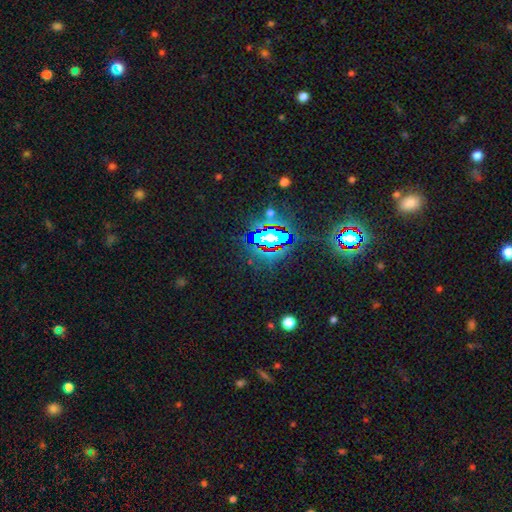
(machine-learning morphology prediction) smooth-or-featured: star or artifact: 78% | smooth: 13% | featured or disk: 10%